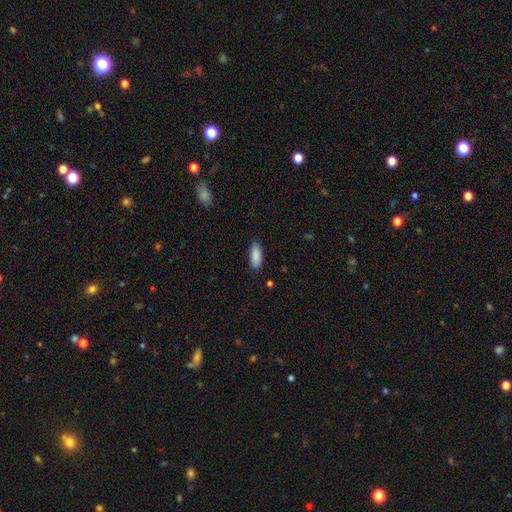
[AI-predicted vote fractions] This appears to be a smooth galaxy with no disk features (89%) that is in between round and cigar-shaped (79%). Merging: none (84%).